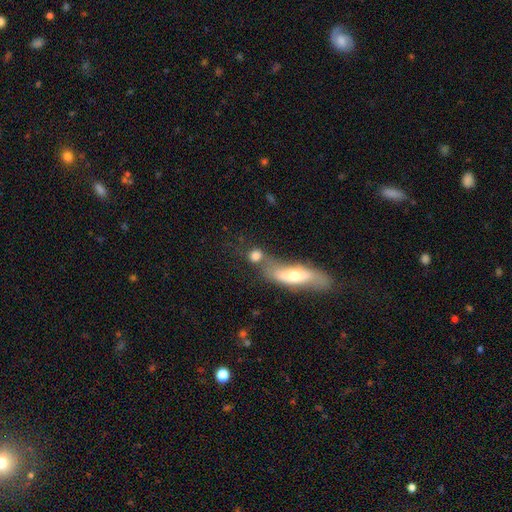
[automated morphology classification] smooth 72%, featured or disk 18%, star or artifact 10%. Down the decision tree: how rounded — round (58%); merging — none (44%).